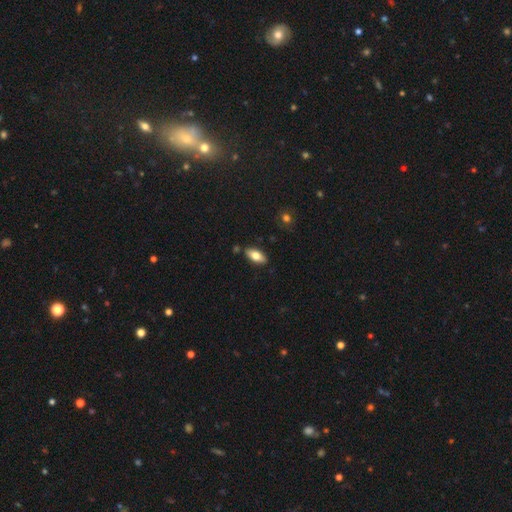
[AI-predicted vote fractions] This appears to be a smooth galaxy with no disk features (73%) that is in between round and cigar-shaped (87%). Merging: none (84%).